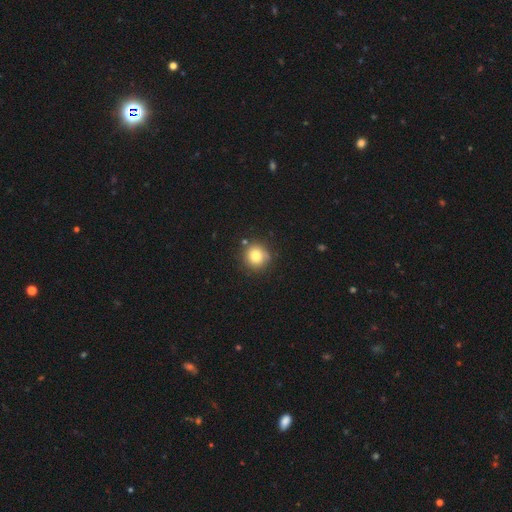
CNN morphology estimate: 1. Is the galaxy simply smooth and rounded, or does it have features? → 81% smooth, 11% star or artifact, 8% featured or disk.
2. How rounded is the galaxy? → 91% round, 9% in between, 1% cigar-shaped.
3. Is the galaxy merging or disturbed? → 78% none, 14% minor disturbance, 5% merger, 3% major disturbance.